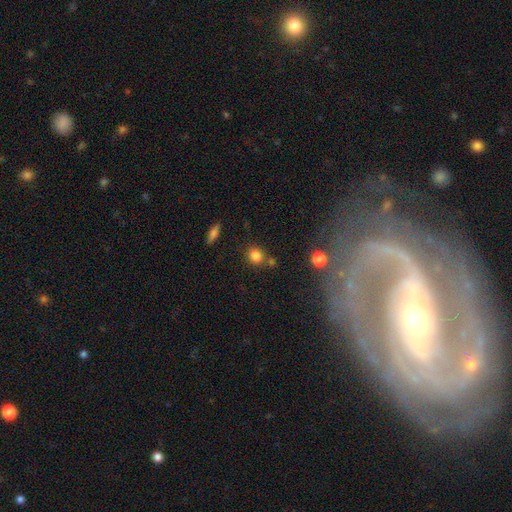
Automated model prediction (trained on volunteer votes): Smooth or featured?
  - smooth: 82% *
  - star or artifact: 12%
  - featured or disk: 6%
How rounded?
  - round: 84% *
  - in between: 15%
  - cigar-shaped: 1%
Merging?
  - none: 72% *
  - merger: 14%
  - minor disturbance: 11%
  - major disturbance: 3%